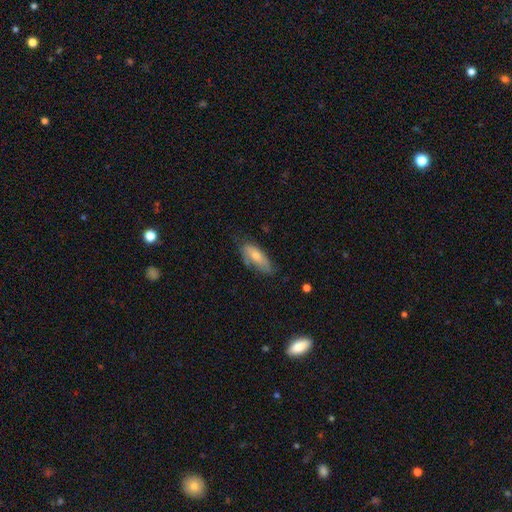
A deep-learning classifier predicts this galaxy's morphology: This appears to be a smooth galaxy with no disk features (66%) that is in between round and cigar-shaped (77%). Merging: none (57%).